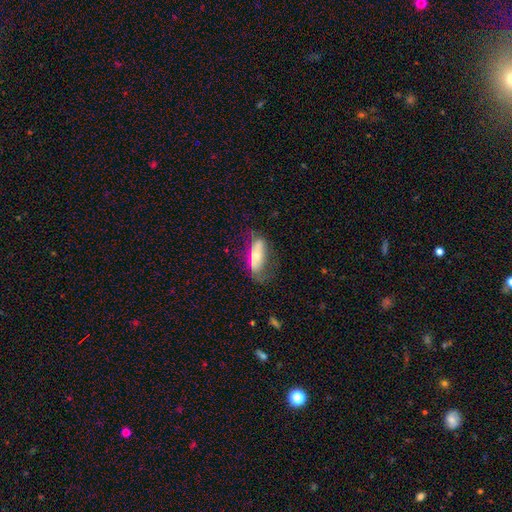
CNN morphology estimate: Smooth or featured?
  - smooth: 50% *
  - featured or disk: 44%
  - star or artifact: 7%
Merging?
  - none: 51% *
  - minor disturbance: 28%
  - major disturbance: 18%
  - merger: 3%